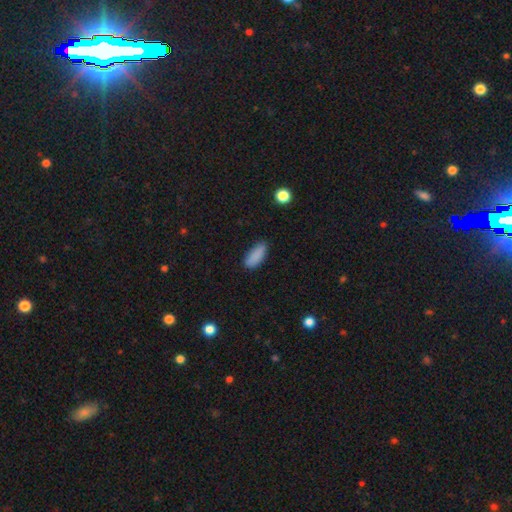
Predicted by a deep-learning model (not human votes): Smooth or featured? Predicted: smooth (p=0.88). How rounded? Predicted: in between (p=0.78). Merging? Predicted: none (p=0.79).